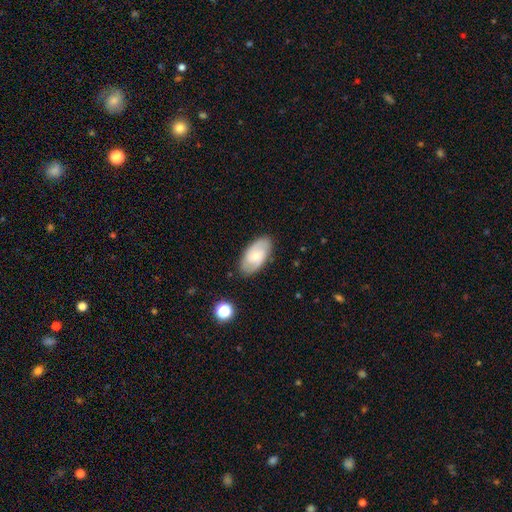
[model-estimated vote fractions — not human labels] Overall: featured or disk (52%; smooth 41%). Edge-on disk: no (93%). Merging: none (83%).